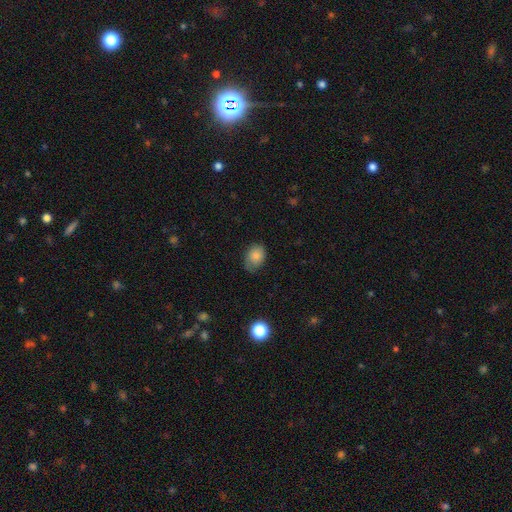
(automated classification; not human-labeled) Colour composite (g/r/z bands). It shows a smooth galaxy with no disk features (80%) that is in between round and cigar-shaped (72%). Merging: none (59%).